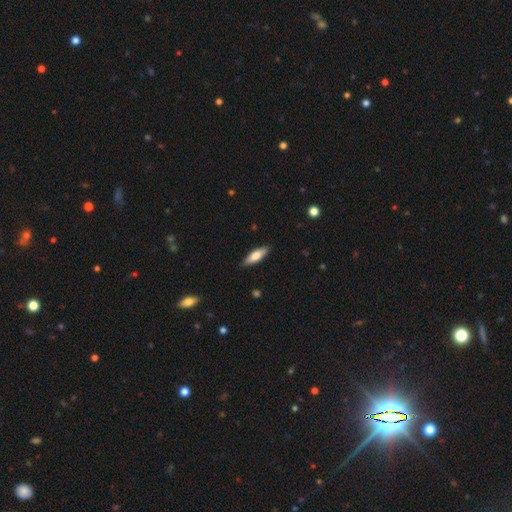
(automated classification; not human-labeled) Overall: smooth (73%). How rounded: in between (51%; cigar-shaped 47%). Merging: none (87%).